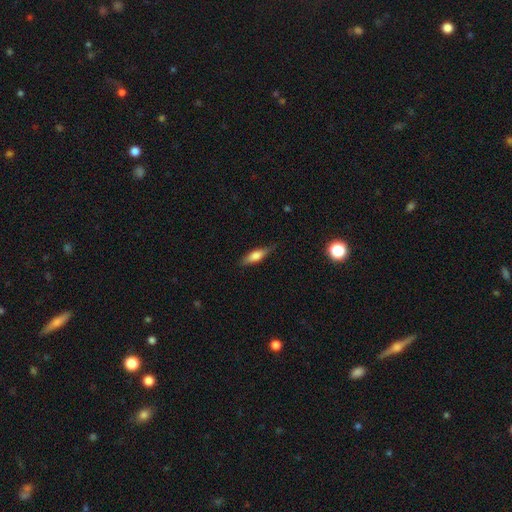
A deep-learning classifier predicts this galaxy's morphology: The model was most divided on "how rounded": cigar-shaped: 52%, in between: 45%, round: 2%. More confident: merging — none (75%); smooth or featured — smooth (66%).